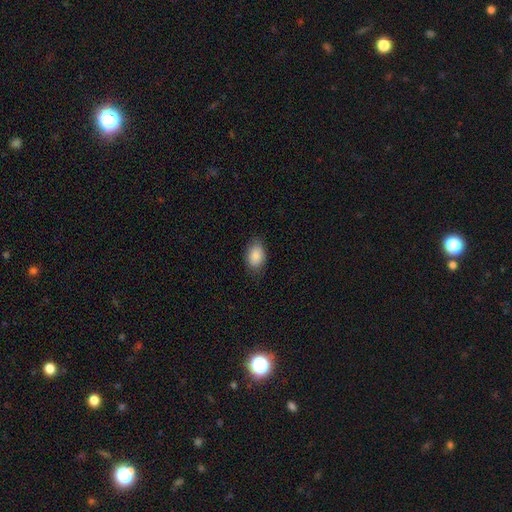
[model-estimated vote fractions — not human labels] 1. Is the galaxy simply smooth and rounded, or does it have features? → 88% smooth, 7% star or artifact, 5% featured or disk.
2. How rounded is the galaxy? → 88% in between, 10% round, 1% cigar-shaped.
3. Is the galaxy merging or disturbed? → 81% none, 15% minor disturbance, 3% major disturbance, 1% merger.